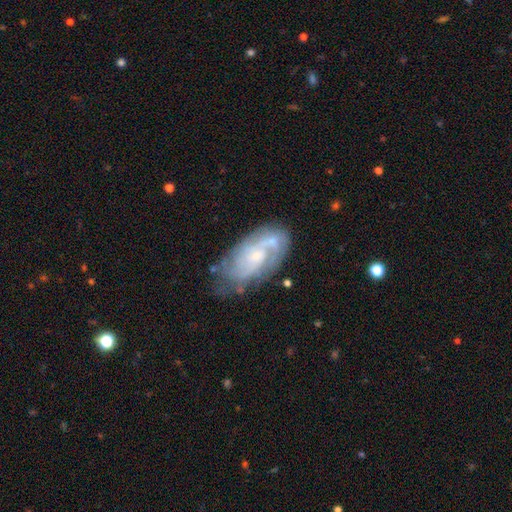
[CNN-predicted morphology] Q: Smooth or featured?
A: featured or disk (76%); runner-up: smooth (17%)
Q: Edge-on disk?
A: no (95%); runner-up: yes (5%)
Q: Bar?
A: no (67%); runner-up: weak (28%)
Q: Spiral arms?
A: yes (89%); runner-up: no (11%)
Q: Spiral winding?
A: tight (49%); runner-up: medium (38%)
Q: Spiral arm count?
A: can't tell (39%); runner-up: 2 (31%)
Q: Bulge size?
A: small (65%); runner-up: moderate (27%)
Q: Merging?
A: none (64%); runner-up: minor disturbance (23%)